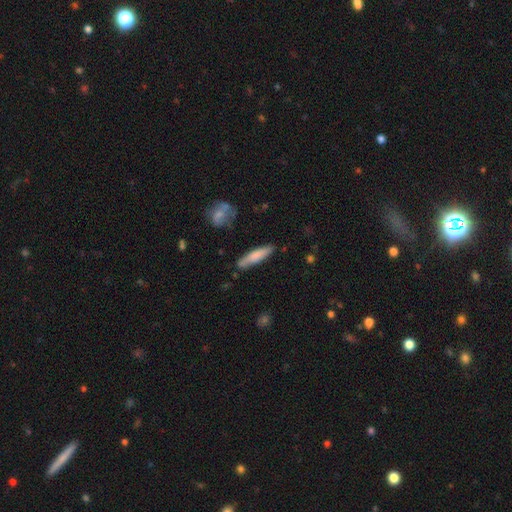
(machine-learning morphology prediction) Smooth or featured: smooth — 74% (featured or disk — 21%)
How rounded: cigar-shaped — 80% (in between — 19%)
Merging: none — 81% (minor disturbance — 14%)